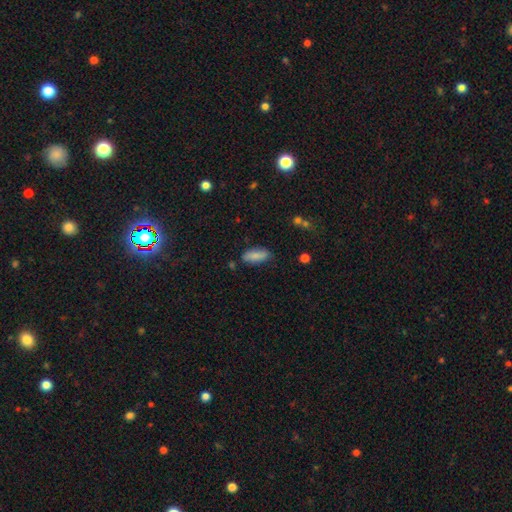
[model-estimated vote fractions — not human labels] Smooth or featured? Predicted: smooth (p=0.80). How rounded? Predicted: in between (p=0.77). Merging? Predicted: none (p=0.77).